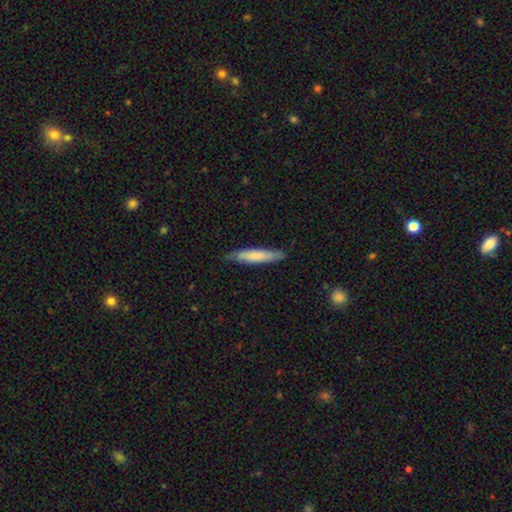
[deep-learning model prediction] smooth-or-featured: smooth: 71% | featured or disk: 24% | star or artifact: 5%
  how-rounded: cigar-shaped: 89% | in between: 10% | round: 1%
  merging: none: 80% | minor disturbance: 16% | major disturbance: 2% | merger: 1%